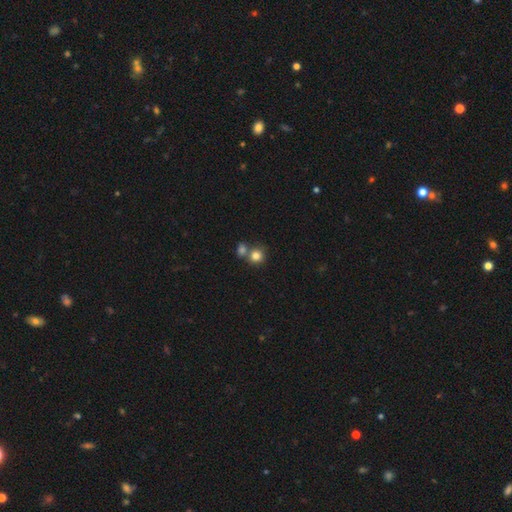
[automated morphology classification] smooth_or_featured: smooth (p=0.82) [alt: star or artifact p=0.11]
how_rounded: round (p=0.85) [alt: in between p=0.14]
merging: none (p=0.52) [alt: merger p=0.36]